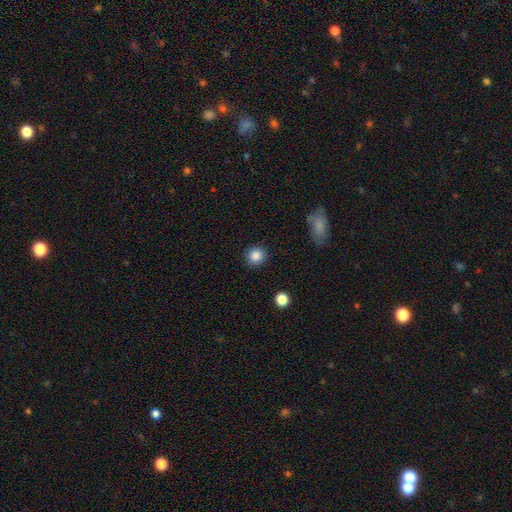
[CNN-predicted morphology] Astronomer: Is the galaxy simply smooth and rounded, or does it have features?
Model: smooth — 87%.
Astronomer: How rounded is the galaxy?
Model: round — 92%.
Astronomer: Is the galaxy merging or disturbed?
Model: none — 89%.